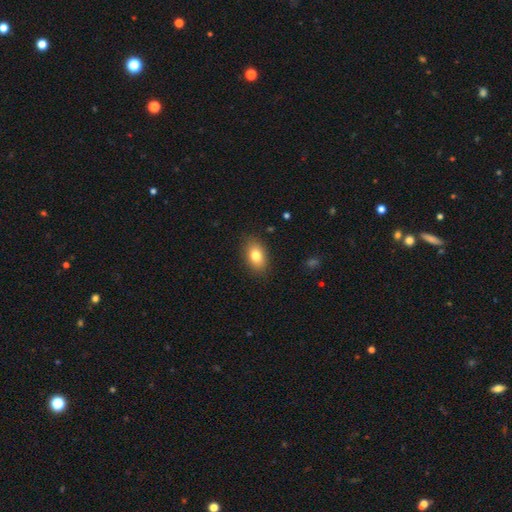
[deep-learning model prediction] Smooth or featured? Predicted: smooth (p=0.80). How rounded? Predicted: in between (p=0.86). Merging? Predicted: none (p=0.86).